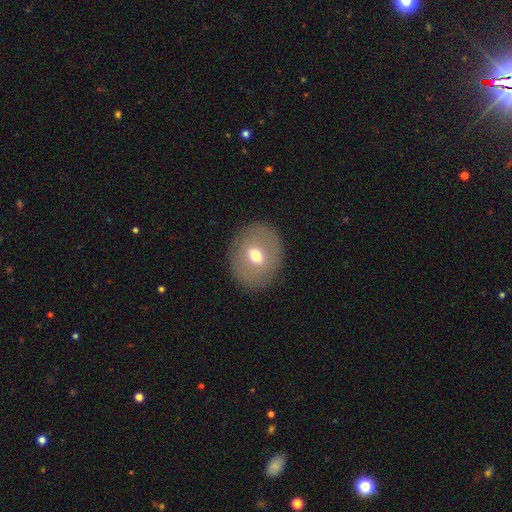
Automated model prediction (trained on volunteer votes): This appears to be a smooth galaxy with no disk features (57%) that is round (59%). Merging: none (87%).